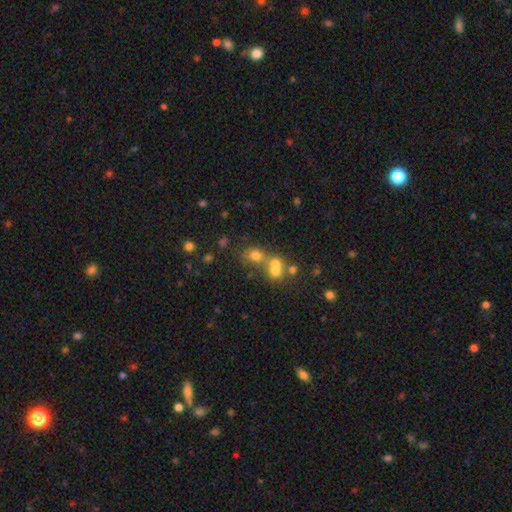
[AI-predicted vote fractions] Smooth or featured: smooth — 66% (star or artifact — 18%)
How rounded: round — 61% (in between — 37%)
Merging: merger — 48% (none — 38%)